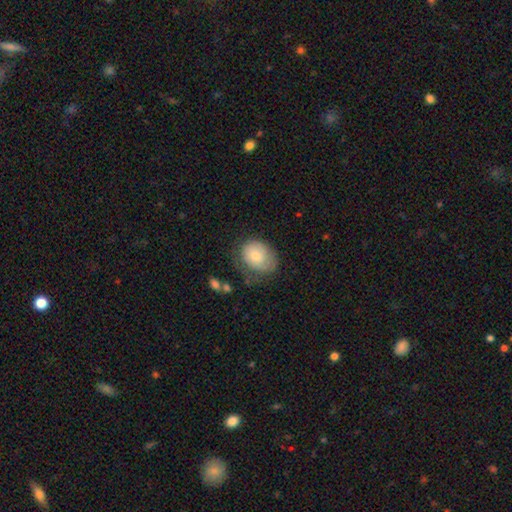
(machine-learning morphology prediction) smooth 75%, featured or disk 18%, star or artifact 7%. Down the decision tree: how rounded — in between (56%); merging — none (53%).